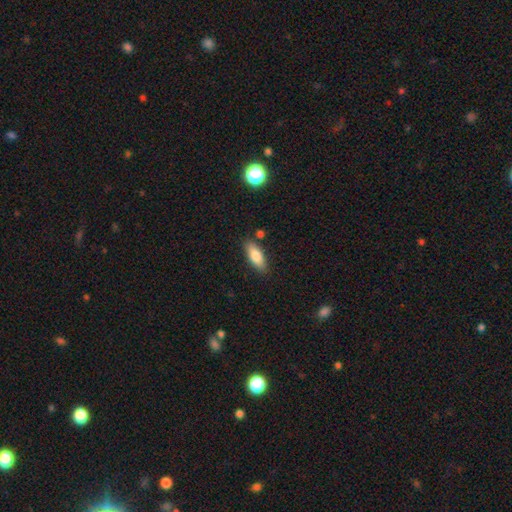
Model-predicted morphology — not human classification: Smooth or featured?
  - smooth: 80% *
  - featured or disk: 14%
  - star or artifact: 7%
How rounded?
  - in between: 74% *
  - cigar-shaped: 23%
  - round: 2%
Merging?
  - none: 81% *
  - minor disturbance: 12%
  - merger: 4%
  - major disturbance: 2%